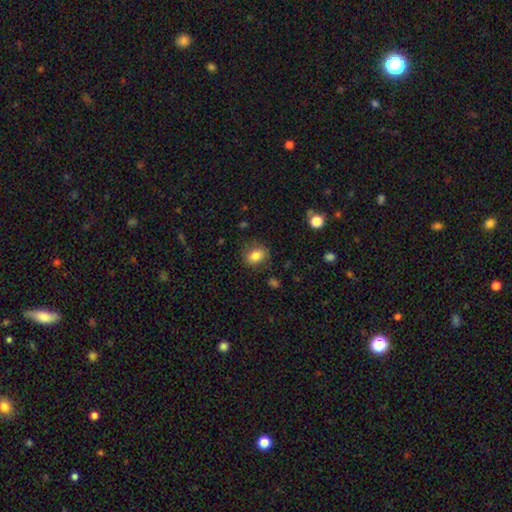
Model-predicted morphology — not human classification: smooth_or_featured: smooth (p=0.81) [alt: star or artifact p=0.10]
how_rounded: round (p=0.60) [alt: in between p=0.39]
merging: none (p=0.80) [alt: minor disturbance p=0.14]